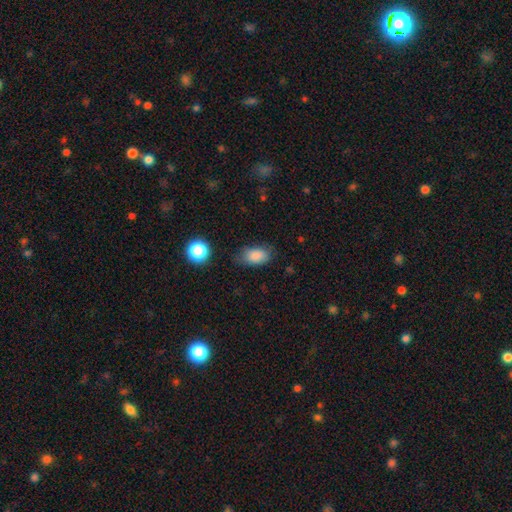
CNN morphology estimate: smooth-or-featured: smooth: 85% | star or artifact: 9% | featured or disk: 6%
  how-rounded: in between: 89% | round: 8% | cigar-shaped: 2%
  merging: none: 70% | minor disturbance: 22% | major disturbance: 6% | merger: 2%